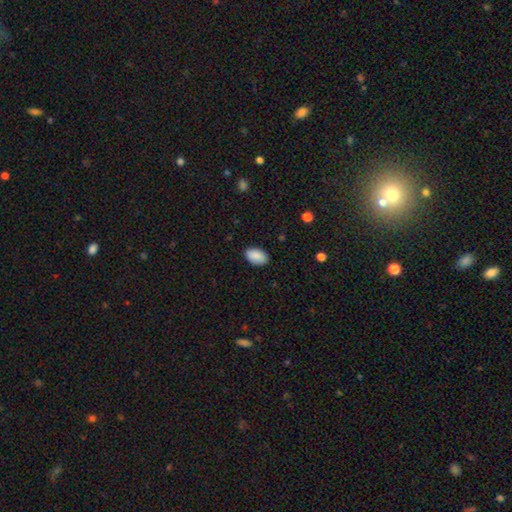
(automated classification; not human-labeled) Smooth or featured? Predicted: smooth (p=0.89). How rounded? Predicted: in between (p=0.93). Merging? Predicted: none (p=0.86).